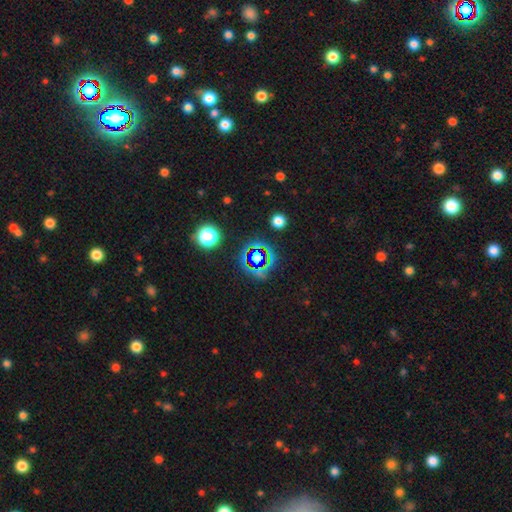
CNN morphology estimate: star or artifact 68%, smooth 19%, featured or disk 12%.